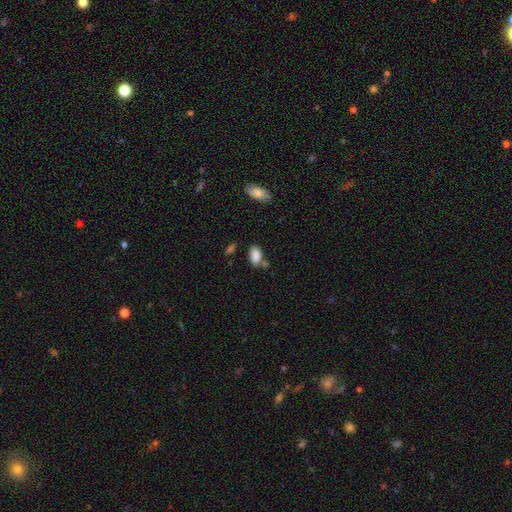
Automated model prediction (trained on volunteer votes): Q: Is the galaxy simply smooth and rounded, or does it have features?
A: smooth — 86%.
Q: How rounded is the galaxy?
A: in between — 93%.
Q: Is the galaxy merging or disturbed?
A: none — 61%.